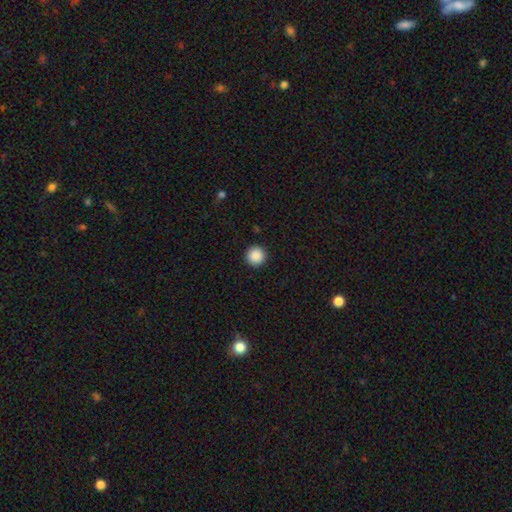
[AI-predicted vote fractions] smooth 89%, star or artifact 9%, featured or disk 2%. Down the decision tree: how rounded — round (96%); merging — none (93%).